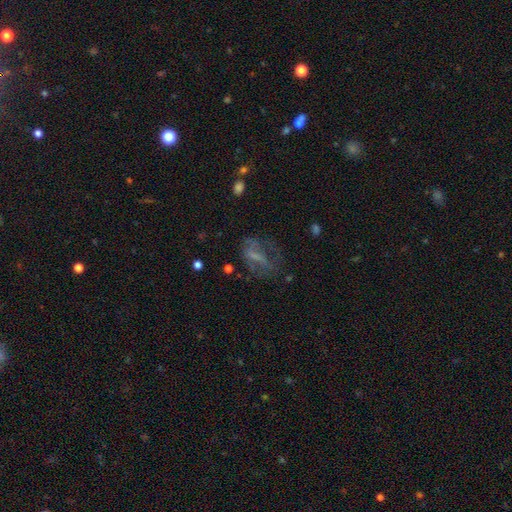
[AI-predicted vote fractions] This appears to be a featured or disk galaxy (48%). Merging: none (42%).